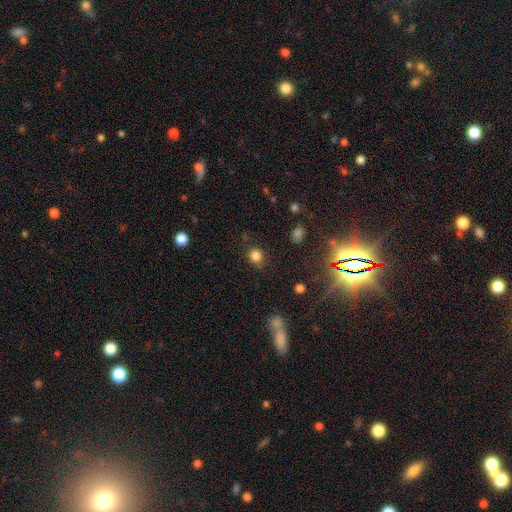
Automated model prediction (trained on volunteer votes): A smooth galaxy with no disk features (82%) that is round (85%).

Vote fractions:
- Smooth or featured? smooth: 82% / star or artifact: 14% / featured or disk: 4%
- How rounded? round: 85% / in between: 14% / cigar-shaped: 1%
- Merging? none: 83% / minor disturbance: 11% / major disturbance: 4% / merger: 2%